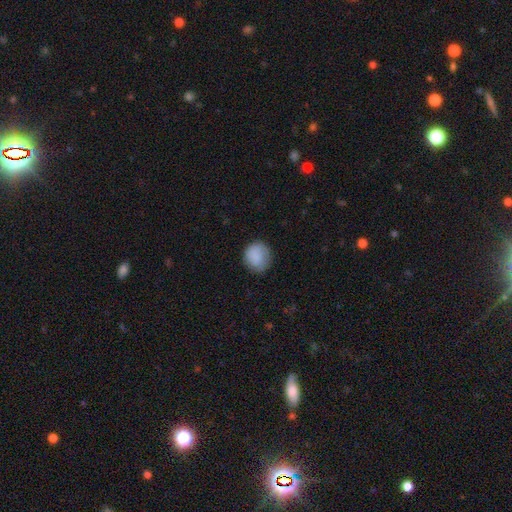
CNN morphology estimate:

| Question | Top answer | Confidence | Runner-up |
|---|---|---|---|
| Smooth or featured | smooth | 87% | star or artifact (7%) |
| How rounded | round | 83% | in between (16%) |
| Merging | none | 78% | minor disturbance (17%) |